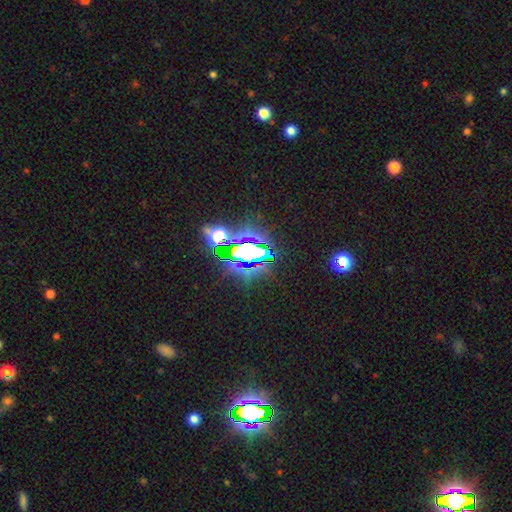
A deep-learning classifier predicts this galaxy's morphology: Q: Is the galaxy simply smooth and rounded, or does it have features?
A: star or artifact — 75%.